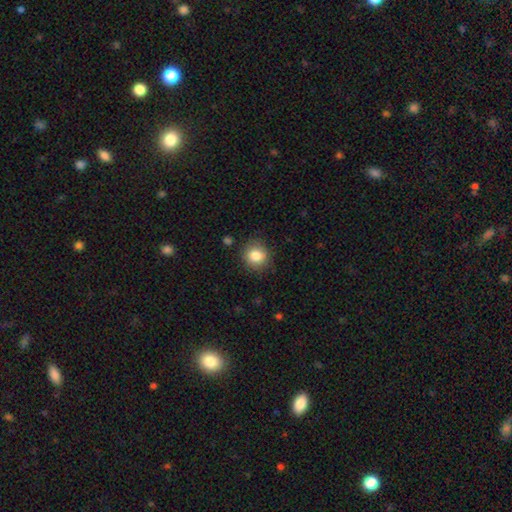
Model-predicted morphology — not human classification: Overall: smooth (83%). How rounded: round (86%). Merging: none (87%).